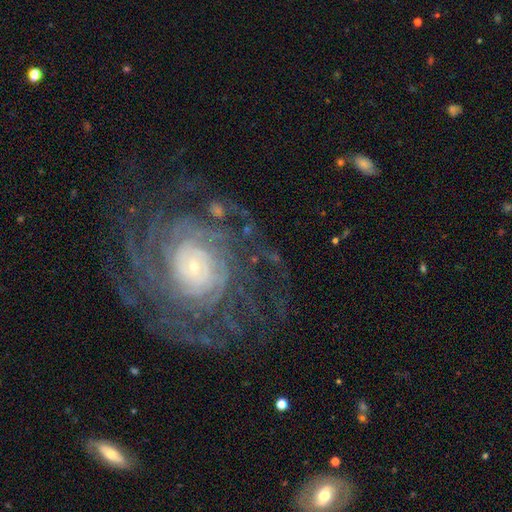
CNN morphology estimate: featured or disk 82%, star or artifact 9%, smooth 9%. Down the decision tree: edge-on disk — no (96%); bar — no (76%); spiral arms — yes (91%); spiral arm count — can't tell (42%); spiral winding — tight (71%); bulge size — small (44%); merging — none (77%).